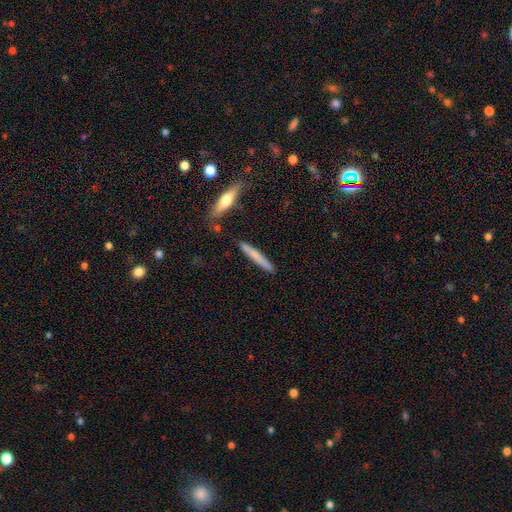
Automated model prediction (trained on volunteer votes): Overall: smooth (66%; featured or disk 28%). How rounded: cigar-shaped (95%). Merging: none (86%).